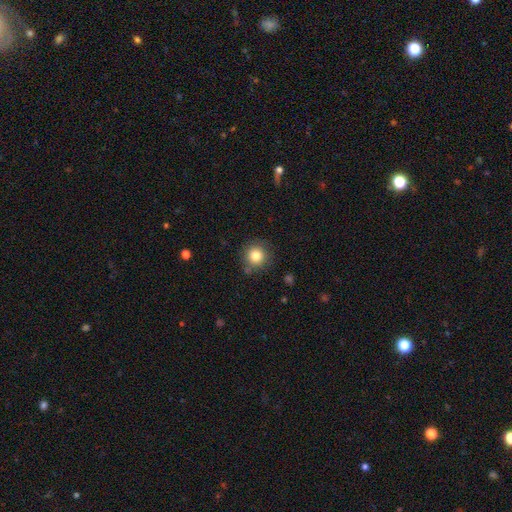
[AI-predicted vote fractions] The model was most divided on "smooth or featured": smooth: 82%, star or artifact: 11%, featured or disk: 8%. More confident: how rounded — round (94%); merging — none (83%).